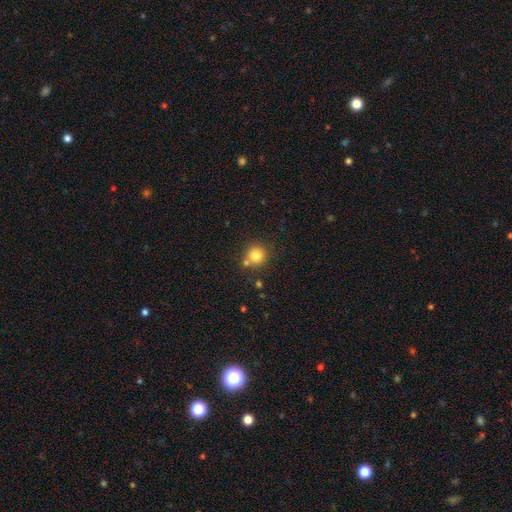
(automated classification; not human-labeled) Smooth or featured? Predicted: smooth (p=0.81). How rounded? Predicted: round (p=0.92). Merging? Predicted: none (p=0.70).